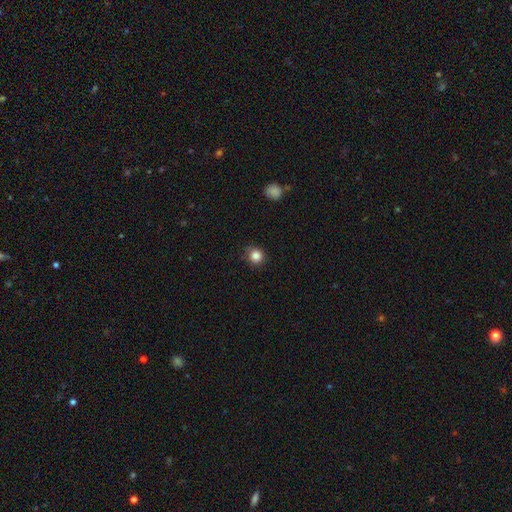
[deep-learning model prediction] A smooth galaxy with no disk features (86%) that is round (90%). Merging: none (81%).